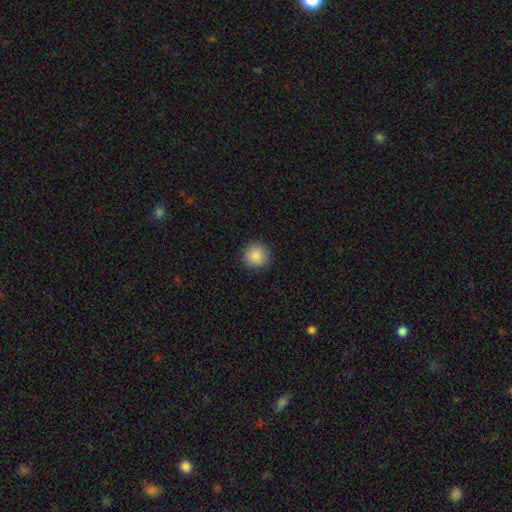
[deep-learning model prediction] smooth_or_featured: smooth (p=0.87) [alt: star or artifact p=0.09]
how_rounded: round (p=0.95) [alt: in between p=0.04]
merging: none (p=0.92) [alt: minor disturbance p=0.05]